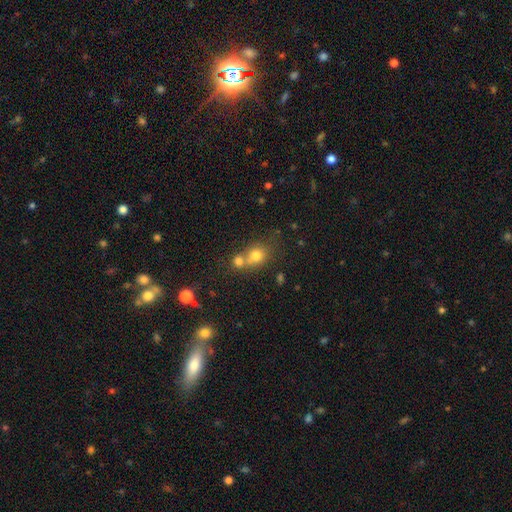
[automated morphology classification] Q: Smooth or featured?
A: smooth (74%); runner-up: star or artifact (13%)
Q: How rounded?
A: round (70%); runner-up: in between (29%)
Q: Merging?
A: merger (52%); runner-up: none (36%)